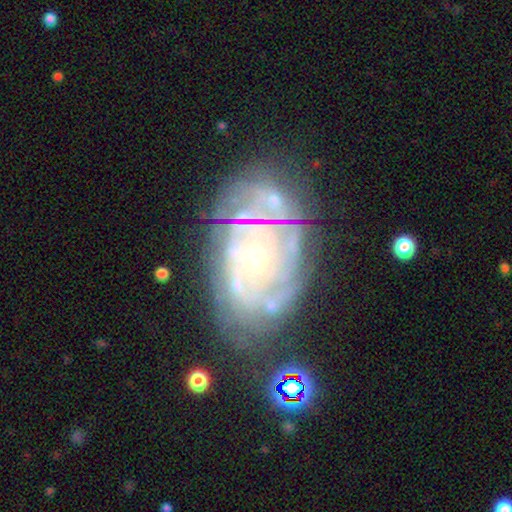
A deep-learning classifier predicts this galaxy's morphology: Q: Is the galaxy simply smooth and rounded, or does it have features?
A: featured or disk — 84%.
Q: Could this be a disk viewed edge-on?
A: no — 96%.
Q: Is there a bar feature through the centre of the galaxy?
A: no — 78%.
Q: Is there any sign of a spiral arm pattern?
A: yes — 90%.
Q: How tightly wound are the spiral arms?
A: tight — 74%.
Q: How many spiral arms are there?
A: can't tell — 43%.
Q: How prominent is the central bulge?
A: small — 54%.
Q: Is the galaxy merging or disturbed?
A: none — 66%.